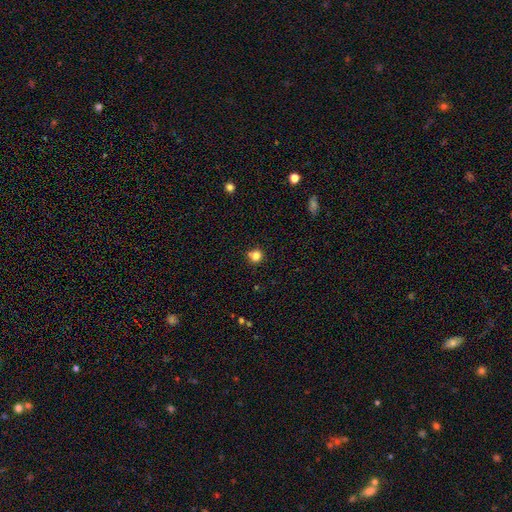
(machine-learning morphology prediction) Smooth or featured? smooth (81%)
How rounded? round (90%)
Merging? none (77%)